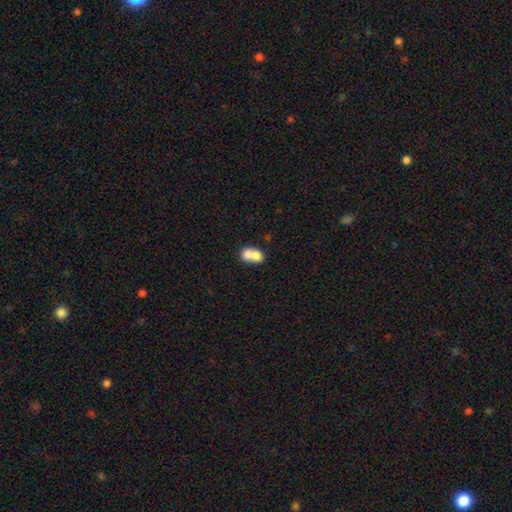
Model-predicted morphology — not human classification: type=smooth (71%); roundness=round (50%); merging=merger (74%).